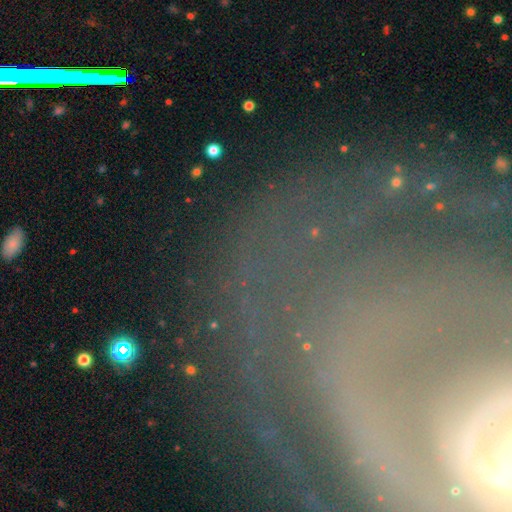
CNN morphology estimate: Smooth or featured?
  - star or artifact: 55% *
  - featured or disk: 30%
  - smooth: 15%